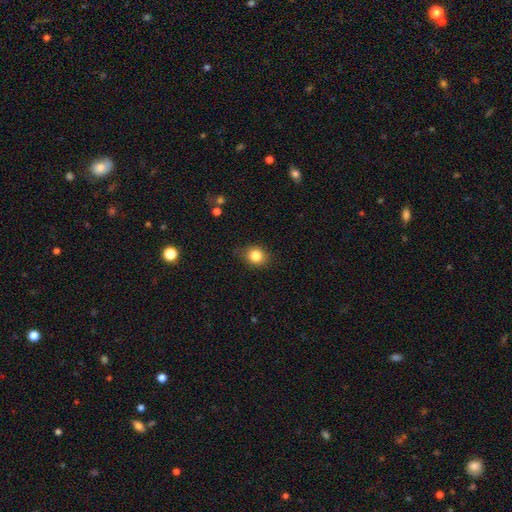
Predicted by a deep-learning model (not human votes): smooth-or-featured: smooth: 83% | star or artifact: 11% | featured or disk: 6%
  how-rounded: round: 71% | in between: 28% | cigar-shaped: 1%
  merging: none: 78% | minor disturbance: 17% | major disturbance: 4% | merger: 1%